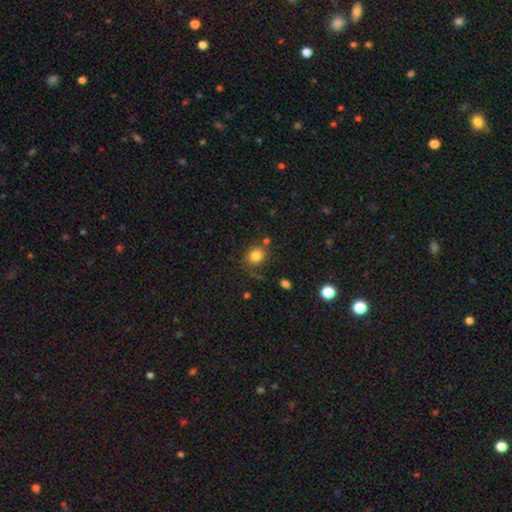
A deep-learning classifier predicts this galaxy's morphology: A smooth galaxy with no disk features (82%) that is round (65%). Merging: none (70%).